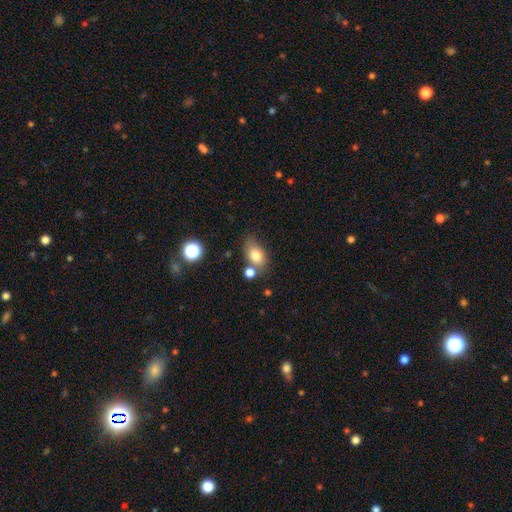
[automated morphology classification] smooth 79%, featured or disk 11%, star or artifact 10%. Down the decision tree: how rounded — in between (78%); merging — none (55%).